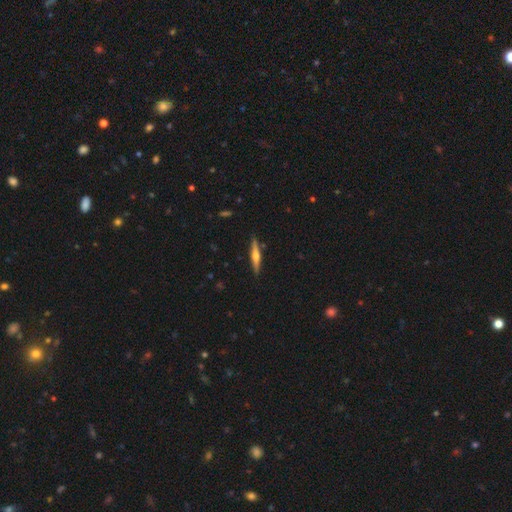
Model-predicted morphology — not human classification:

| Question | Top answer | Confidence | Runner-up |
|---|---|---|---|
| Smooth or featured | featured or disk | 62% | smooth (32%) |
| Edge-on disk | yes | 97% | no (3%) |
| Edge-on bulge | rounded | 87% | boxy (7%) |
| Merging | none | 89% | minor disturbance (8%) |